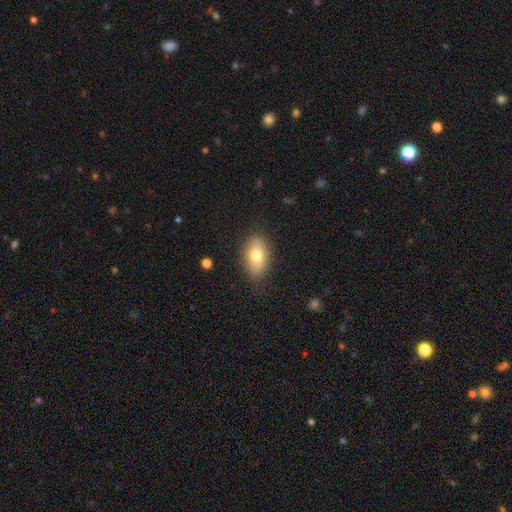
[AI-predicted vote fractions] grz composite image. It shows a smooth galaxy with no disk features (71%) that is in between round and cigar-shaped (88%). Merging: none (82%).